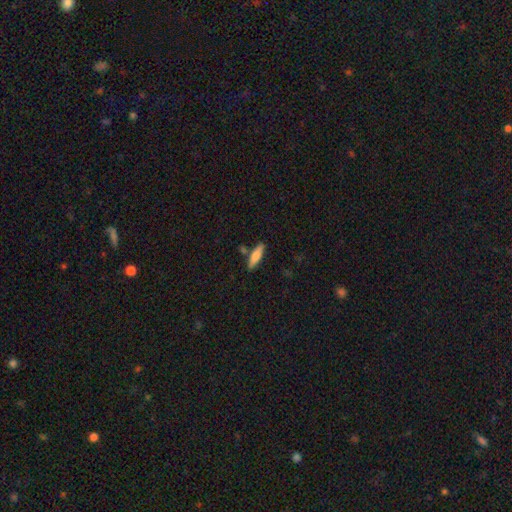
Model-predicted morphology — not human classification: smooth-or-featured: smooth: 71% | featured or disk: 23% | star or artifact: 6%
  how-rounded: cigar-shaped: 60% | in between: 38% | round: 2%
  merging: none: 79% | minor disturbance: 11% | merger: 7% | major disturbance: 2%